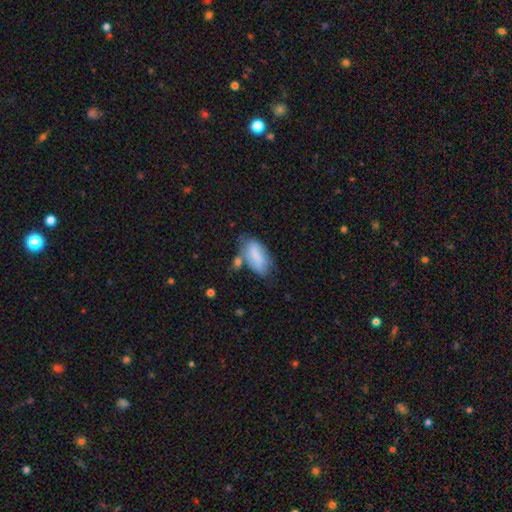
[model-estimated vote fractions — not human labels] A smooth galaxy with no disk features (73%) that is in between round and cigar-shaped (91%).

Vote fractions:
- Smooth or featured? smooth: 73% / featured or disk: 20% / star or artifact: 7%
- How rounded? in between: 91% / cigar-shaped: 6% / round: 3%
- Merging? none: 52% / minor disturbance: 27% / merger: 13% / major disturbance: 9%